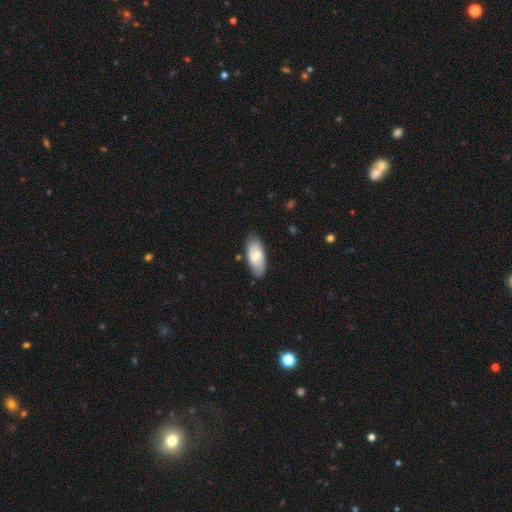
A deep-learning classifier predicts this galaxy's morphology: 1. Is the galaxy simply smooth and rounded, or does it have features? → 64% smooth, 30% featured or disk, 6% star or artifact.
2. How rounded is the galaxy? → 87% in between, 11% cigar-shaped, 2% round.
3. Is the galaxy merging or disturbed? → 79% none, 16% minor disturbance, 3% major disturbance, 2% merger.